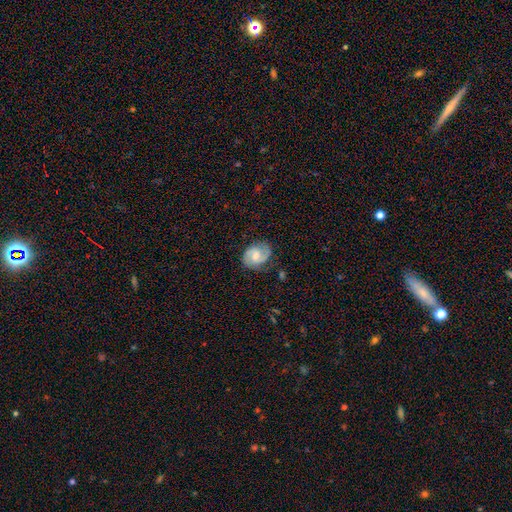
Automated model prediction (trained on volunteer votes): A featured or disk galaxy (77%) with a weak bar (52%), 2 (90%) medium (52%) spiral arms (95%) and a moderate central bulge (56%).

Vote fractions:
- Smooth or featured? featured or disk: 77% / smooth: 17% / star or artifact: 6%
- Edge-on disk? no: 98% / yes: 2%
- Bar? weak: 52% / no: 37% / strong: 11%
- Spiral arms? yes: 95% / no: 5%
- Spiral winding? medium: 52% / loose: 24% / tight: 24%
- Spiral arm count? 2: 90% / can't tell: 4% / 1: 3% / 3: 1% / 4: 1% / more than 4: 1%
- Bulge size? moderate: 56% / small: 33% / none: 5% / large: 5% / dominant: 1%
- Merging? none: 77% / minor disturbance: 16% / major disturbance: 5% / merger: 1%